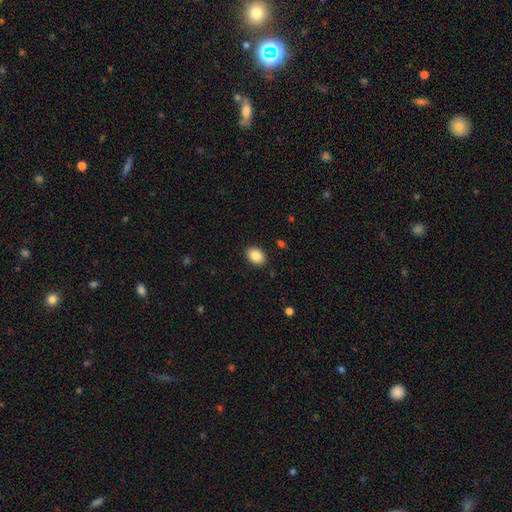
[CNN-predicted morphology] The model was most divided on "how rounded": in between: 76%, round: 23%, cigar-shaped: 1%. More confident: merging — none (89%); smooth or featured — smooth (88%).